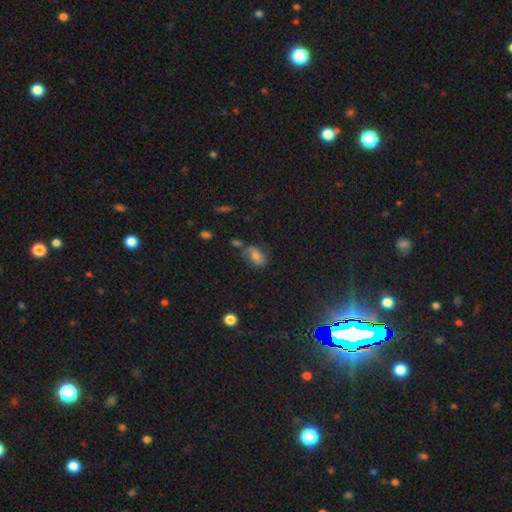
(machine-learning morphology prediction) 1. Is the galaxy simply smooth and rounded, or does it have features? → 44% smooth, 37% featured or disk, 19% star or artifact.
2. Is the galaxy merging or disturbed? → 53% none, 25% minor disturbance, 14% major disturbance, 9% merger.